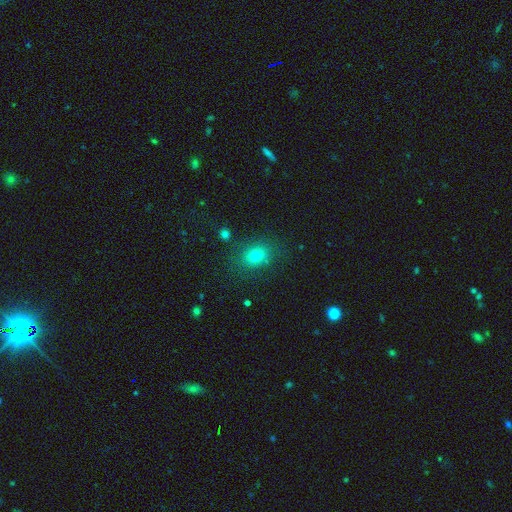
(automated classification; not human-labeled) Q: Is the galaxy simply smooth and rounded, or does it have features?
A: smooth — 75%.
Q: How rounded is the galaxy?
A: in between — 53%.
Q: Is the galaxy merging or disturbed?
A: none — 80%.